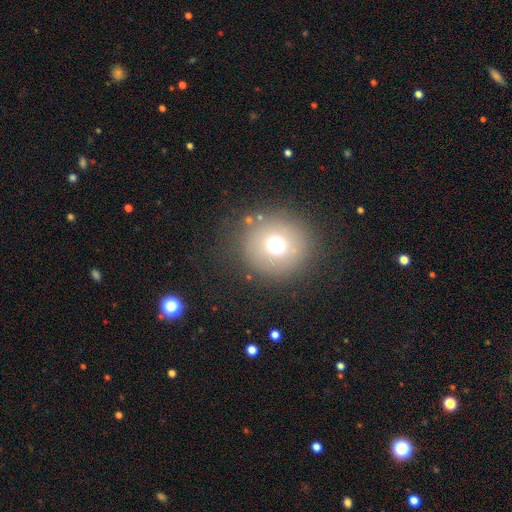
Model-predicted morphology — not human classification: This appears to be a smooth galaxy with no disk features (63%) that is round (91%). Merging: none (85%).